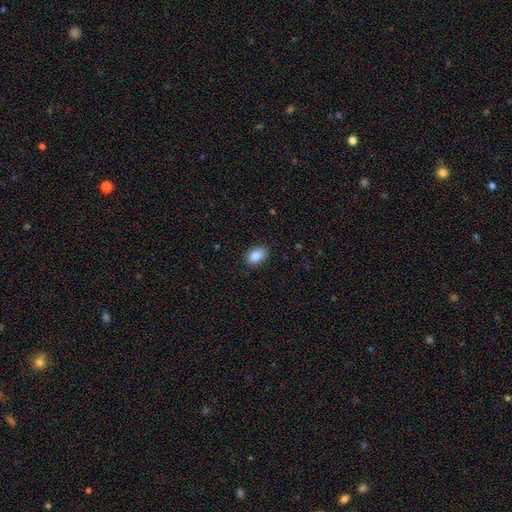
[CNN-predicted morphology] This appears to be a smooth galaxy with no disk features (88%) that is in between round and cigar-shaped (88%). Merging: none (83%).